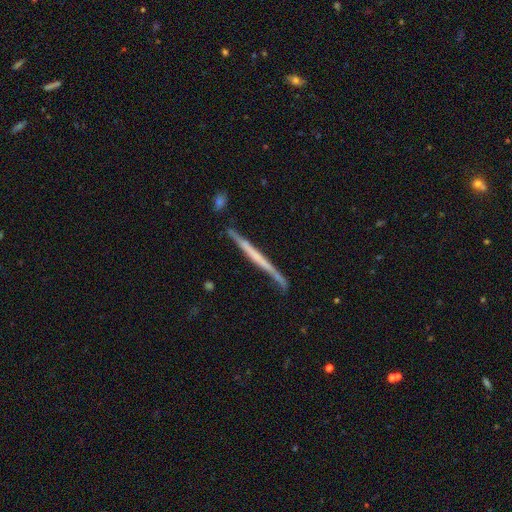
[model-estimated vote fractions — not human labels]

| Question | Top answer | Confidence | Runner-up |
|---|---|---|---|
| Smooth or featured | featured or disk | 61% | smooth (34%) |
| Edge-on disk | yes | 96% | no (4%) |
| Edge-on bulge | none | 84% | rounded (9%) |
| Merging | none | 77% | minor disturbance (17%) |